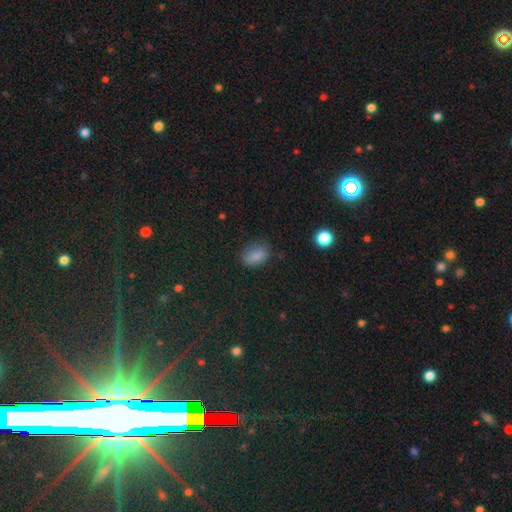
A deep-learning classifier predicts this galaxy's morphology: This is clearly a smooth galaxy (83%). How rounded: clearly in between (86%). Merging: likely none (72%).